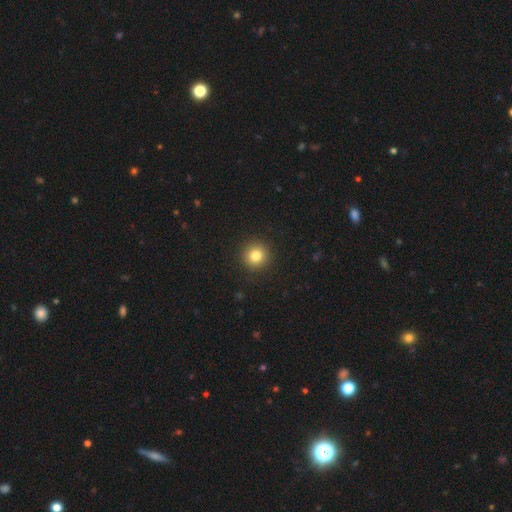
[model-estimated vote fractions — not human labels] smooth-or-featured: smooth: 82% | star or artifact: 11% | featured or disk: 7%
  how-rounded: round: 94% | in between: 5% | cigar-shaped: 1%
  merging: none: 92% | minor disturbance: 5% | major disturbance: 2% | merger: 1%